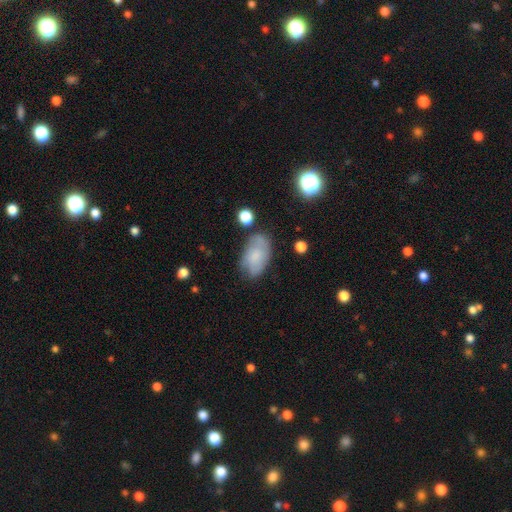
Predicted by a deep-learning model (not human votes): Overall: smooth (68%). How rounded: in between (92%). Merging: none (61%; minor disturbance 26%).